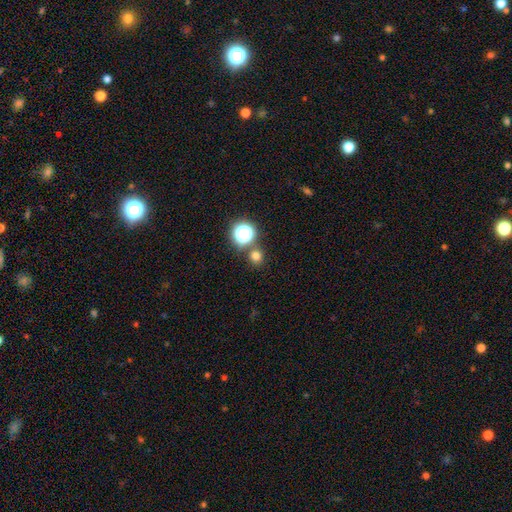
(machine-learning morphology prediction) smooth-or-featured: smooth: 72% | star or artifact: 22% | featured or disk: 6%
  how-rounded: round: 88% | in between: 11% | cigar-shaped: 1%
  merging: none: 79% | merger: 11% | minor disturbance: 7% | major disturbance: 3%